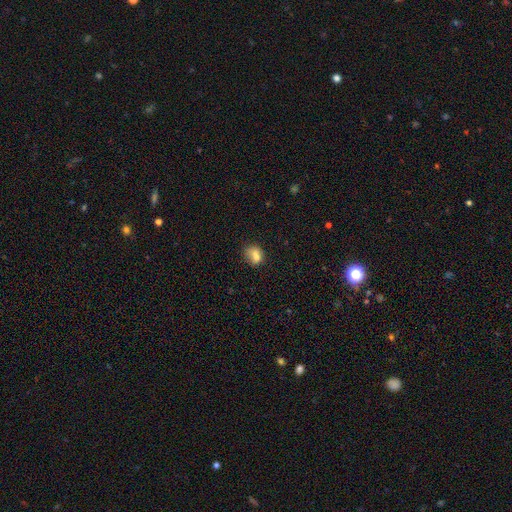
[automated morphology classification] smooth_or_featured: smooth (p=0.73) [alt: featured or disk p=0.15]
how_rounded: round (p=0.53) [alt: in between p=0.45]
merging: none (p=0.43) [alt: merger p=0.29]